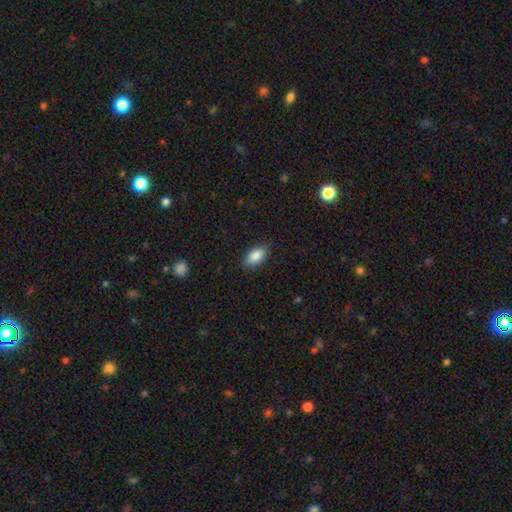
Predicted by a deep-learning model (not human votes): A smooth galaxy with no disk features (87%) that is in between round and cigar-shaped (92%).

Vote fractions:
- Smooth or featured? smooth: 87% / star or artifact: 7% / featured or disk: 6%
- How rounded? in between: 92% / round: 5% / cigar-shaped: 3%
- Merging? none: 85% / minor disturbance: 11% / major disturbance: 3% / merger: 1%